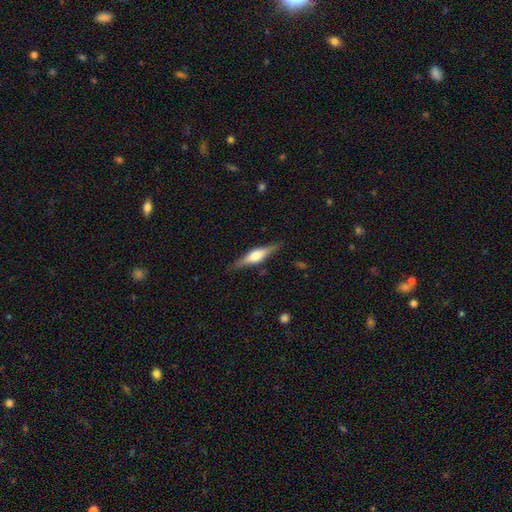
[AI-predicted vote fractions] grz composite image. It shows a featured or disk galaxy (68%) viewed edge-on (97%) with a rounded central bulge (87%). Merging: none (87%).